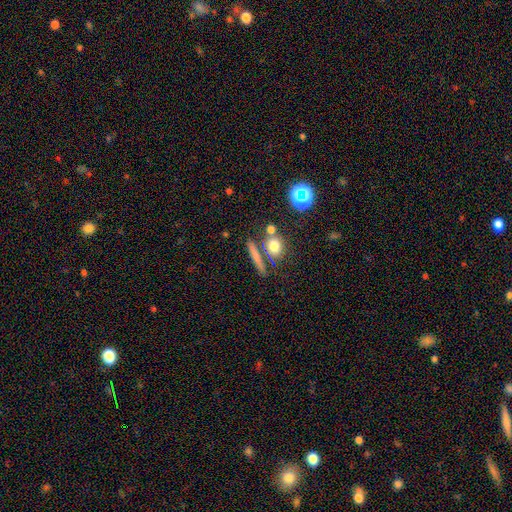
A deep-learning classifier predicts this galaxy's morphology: smooth_or_featured: smooth (p=0.71) [alt: featured or disk p=0.16]
how_rounded: cigar-shaped (p=0.53) [alt: round p=0.31]
merging: none (p=0.74) [alt: merger p=0.12]